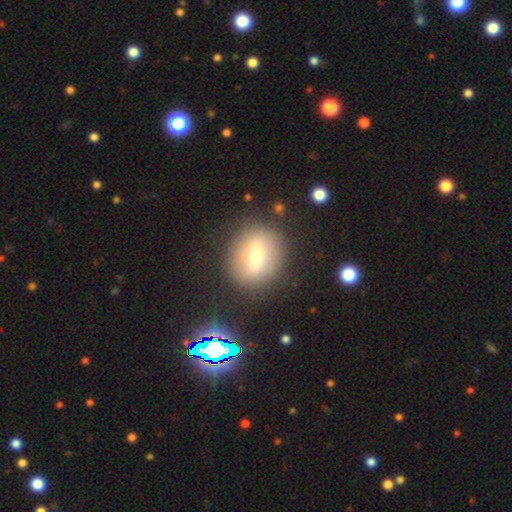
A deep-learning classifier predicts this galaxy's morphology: Smooth or featured?
  - smooth: 60% *
  - featured or disk: 27%
  - star or artifact: 14%
How rounded?
  - round: 70% *
  - in between: 29%
  - cigar-shaped: 1%
Merging?
  - none: 83% *
  - minor disturbance: 10%
  - major disturbance: 4%
  - merger: 2%